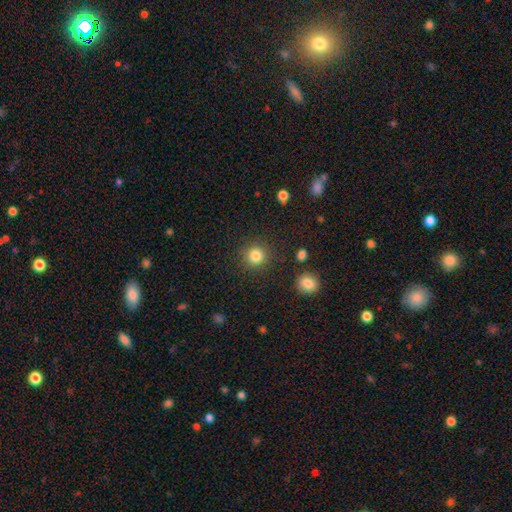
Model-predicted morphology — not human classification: Q: Smooth or featured?
A: smooth (85%); runner-up: star or artifact (11%)
Q: How rounded?
A: round (92%); runner-up: in between (7%)
Q: Merging?
A: none (89%); runner-up: minor disturbance (6%)